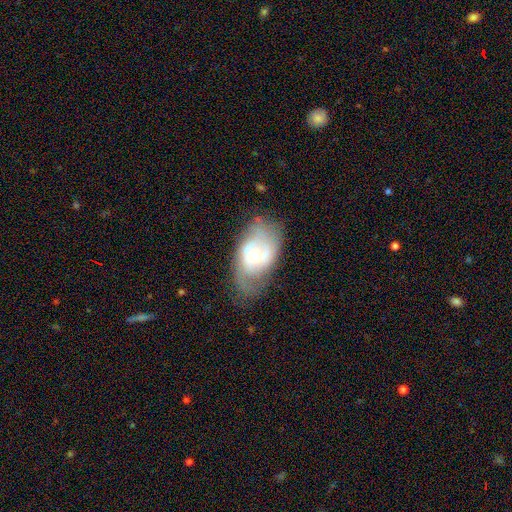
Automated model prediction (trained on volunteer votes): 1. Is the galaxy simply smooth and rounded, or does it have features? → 66% featured or disk, 27% smooth, 7% star or artifact.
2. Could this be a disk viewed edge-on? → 94% no, 6% yes.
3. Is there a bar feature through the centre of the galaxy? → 63% no, 30% weak, 7% strong.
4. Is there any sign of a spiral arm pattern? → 70% yes, 30% no.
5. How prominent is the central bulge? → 52% moderate, 41% small, 5% large, 1% none, 1% dominant.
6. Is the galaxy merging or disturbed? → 60% none, 24% minor disturbance, 13% major disturbance, 3% merger.